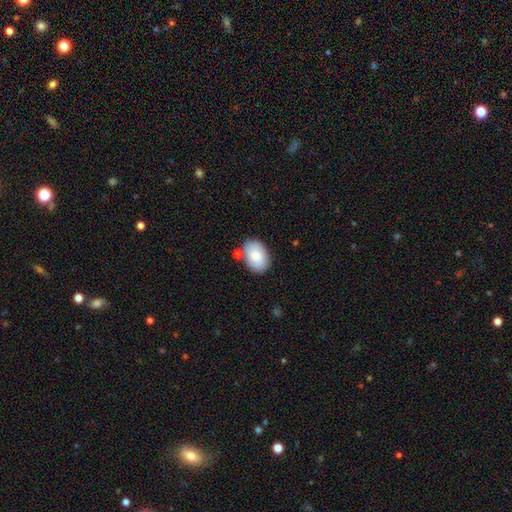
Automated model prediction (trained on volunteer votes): This is clearly a smooth galaxy (85%). How rounded: clearly in between (87%). Merging: likely none (75%).